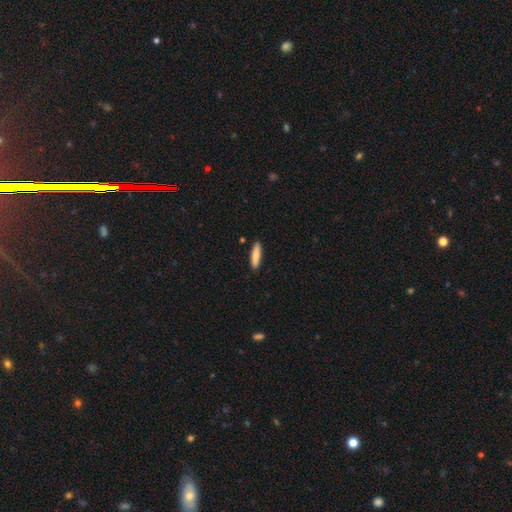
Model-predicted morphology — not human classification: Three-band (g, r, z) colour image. It shows a smooth galaxy with no disk features (81%) that is cigar-shaped (74%). Merging: none (89%).